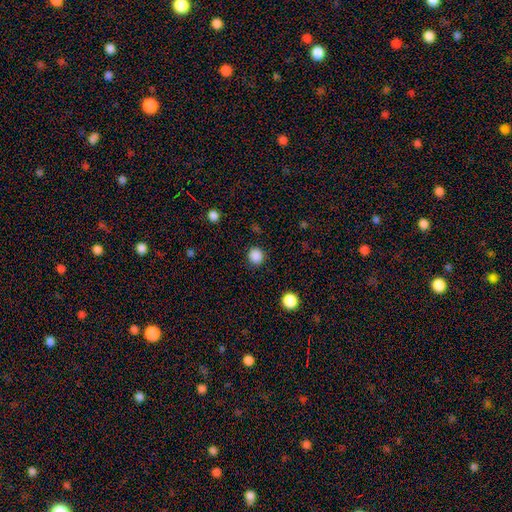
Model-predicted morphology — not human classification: This is clearly a smooth galaxy (86%). How rounded: clearly round (91%). Merging: clearly none (90%).